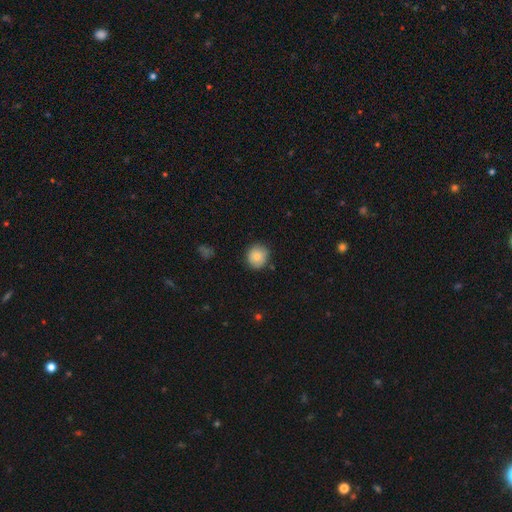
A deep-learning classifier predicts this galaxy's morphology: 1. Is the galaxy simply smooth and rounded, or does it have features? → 83% smooth, 10% featured or disk, 8% star or artifact.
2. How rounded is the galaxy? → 87% round, 12% in between, 1% cigar-shaped.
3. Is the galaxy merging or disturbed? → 84% none, 12% minor disturbance, 2% major disturbance, 2% merger.